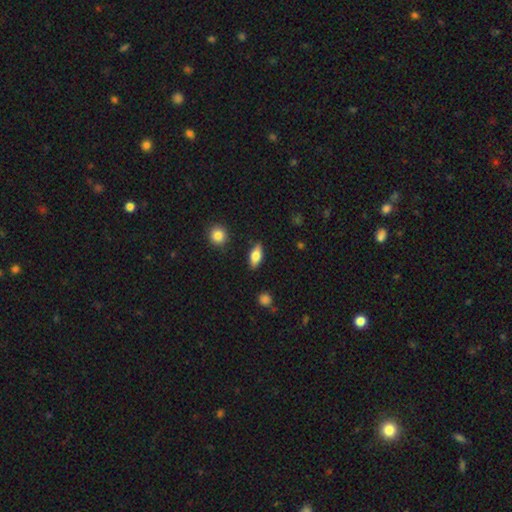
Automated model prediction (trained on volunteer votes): This is likely a smooth galaxy (68%). How rounded: likely in between (78%). Merging: clearly none (87%).